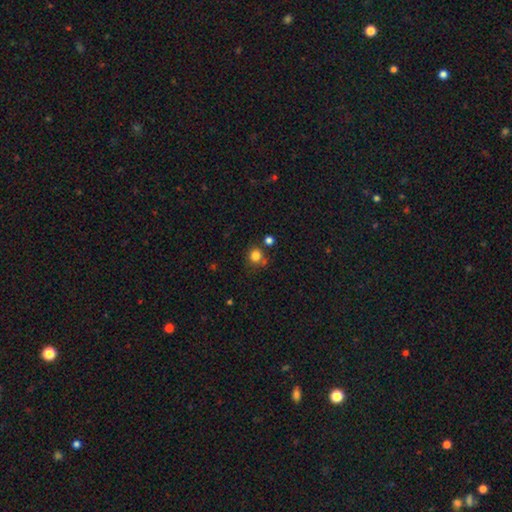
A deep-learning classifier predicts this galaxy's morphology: Smooth or featured? smooth (81%)
How rounded? round (90%)
Merging? none (74%)